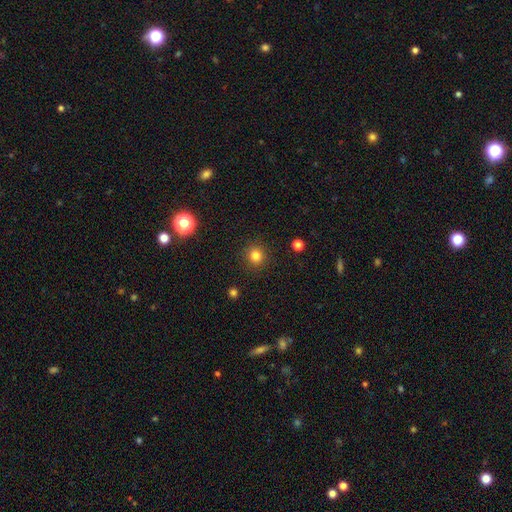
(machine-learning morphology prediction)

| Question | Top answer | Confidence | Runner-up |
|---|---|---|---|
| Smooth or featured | smooth | 81% | star or artifact (14%) |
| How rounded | round | 92% | in between (7%) |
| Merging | none | 91% | minor disturbance (6%) |